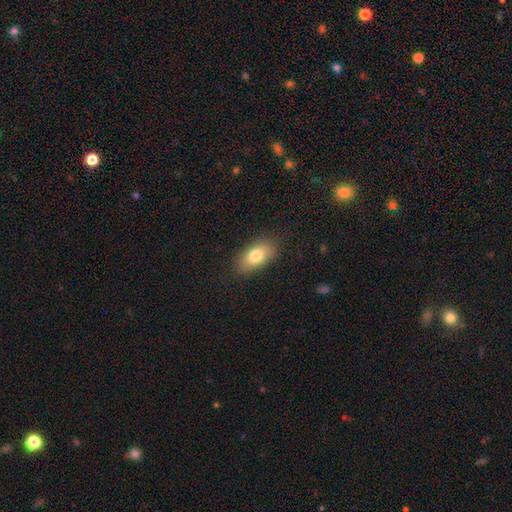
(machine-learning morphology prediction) A smooth galaxy with no disk features (79%) that is in between round and cigar-shaped (90%). Merging: none (82%).